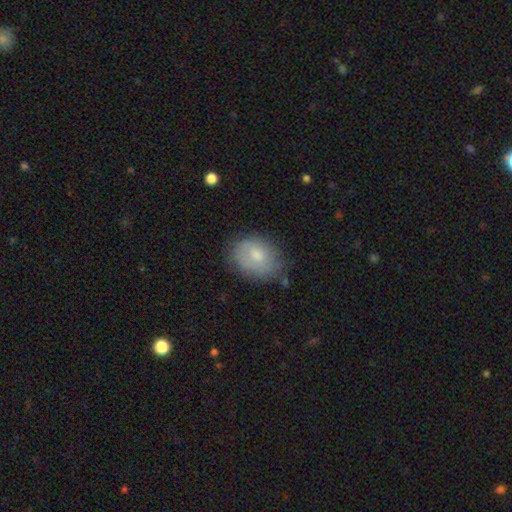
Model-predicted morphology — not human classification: Smooth or featured?
  - smooth: 71% *
  - featured or disk: 22%
  - star or artifact: 8%
How rounded?
  - in between: 67% *
  - round: 32%
  - cigar-shaped: 1%
Merging?
  - none: 62% *
  - minor disturbance: 27%
  - major disturbance: 8%
  - merger: 3%